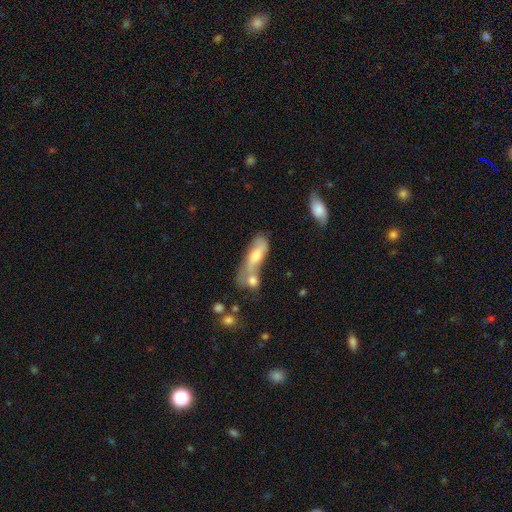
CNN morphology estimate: smooth 47%, featured or disk 43%, star or artifact 11%. Down the decision tree: merging — merger (45%).